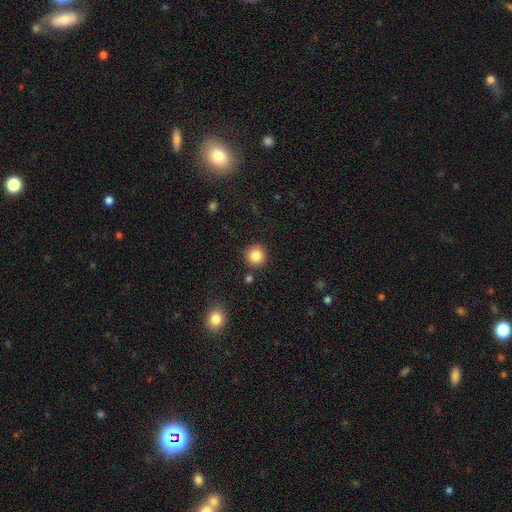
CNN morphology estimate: A smooth galaxy with no disk features (85%) that is round (94%). Merging: none (88%).